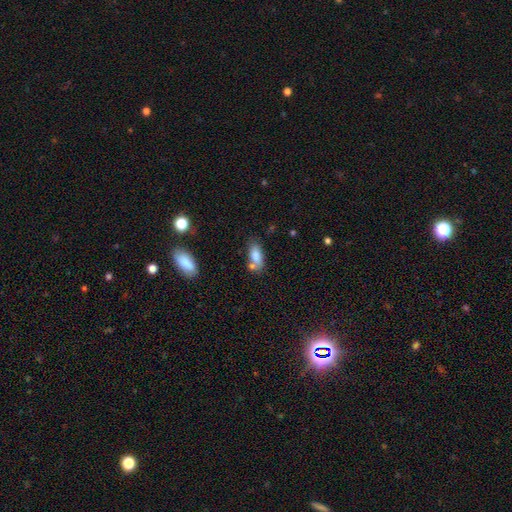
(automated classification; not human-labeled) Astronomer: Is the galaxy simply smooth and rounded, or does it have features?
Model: smooth — 80%.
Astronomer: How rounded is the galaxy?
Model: in between — 82%.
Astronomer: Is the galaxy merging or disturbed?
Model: none — 51% (runner-up: merger, 26%).